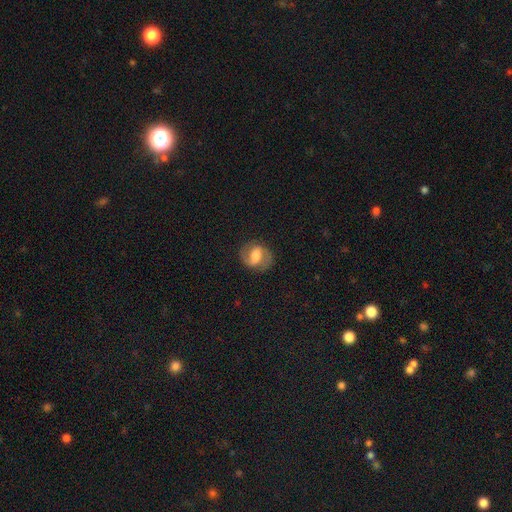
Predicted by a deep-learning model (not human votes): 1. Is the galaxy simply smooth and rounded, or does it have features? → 65% featured or disk, 28% smooth, 7% star or artifact.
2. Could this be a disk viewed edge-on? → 97% no, 3% yes.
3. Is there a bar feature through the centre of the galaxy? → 44% weak, 35% strong, 21% no.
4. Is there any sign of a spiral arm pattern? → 86% yes, 14% no.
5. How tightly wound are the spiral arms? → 51% medium, 26% tight, 23% loose.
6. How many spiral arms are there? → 88% 2, 6% can't tell, 4% 1, 1% 3, 1% 4, 1% more than 4.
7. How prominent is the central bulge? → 42% moderate, 32% large, 16% small, 7% none, 4% dominant.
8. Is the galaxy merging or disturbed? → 78% none, 14% minor disturbance, 7% major disturbance, 1% merger.